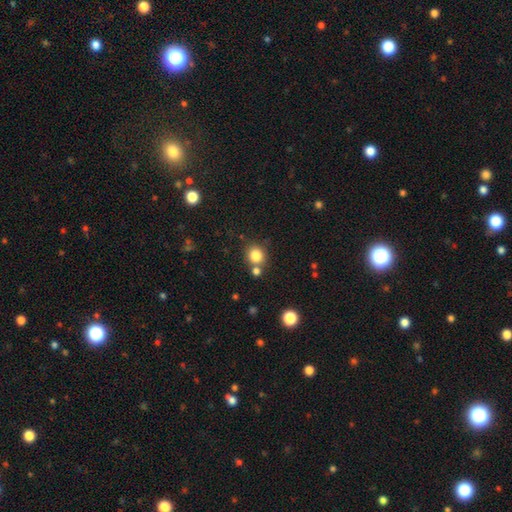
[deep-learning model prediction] This is clearly a smooth galaxy (82%). How rounded: clearly round (84%). Merging: likely none (70%).